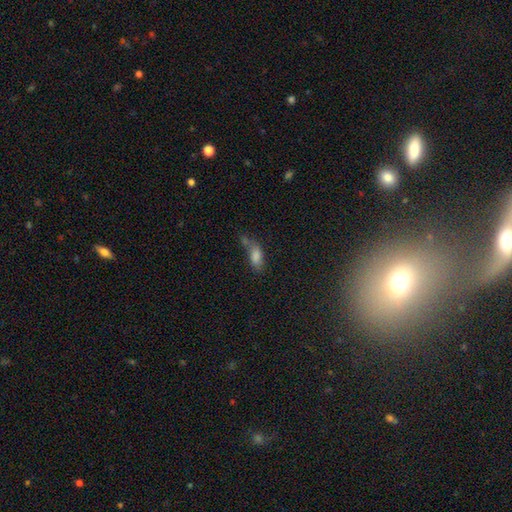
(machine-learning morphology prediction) Smooth or featured? Predicted: smooth (p=0.68). How rounded? Predicted: in between (p=0.75). Merging? Predicted: none (p=0.33).